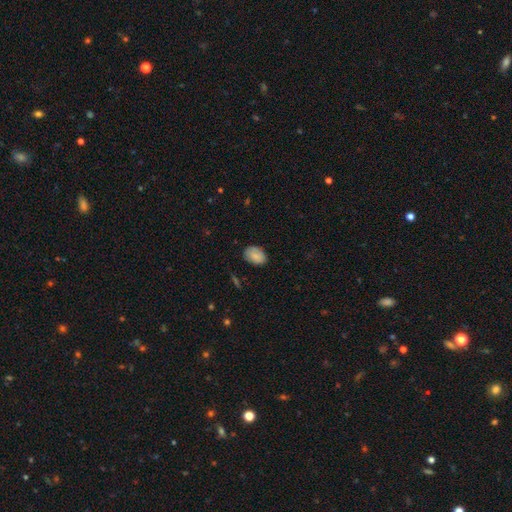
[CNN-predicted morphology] Smooth or featured: smooth — 81% (featured or disk — 11%)
How rounded: in between — 84% (round — 15%)
Merging: none — 76% (minor disturbance — 19%)